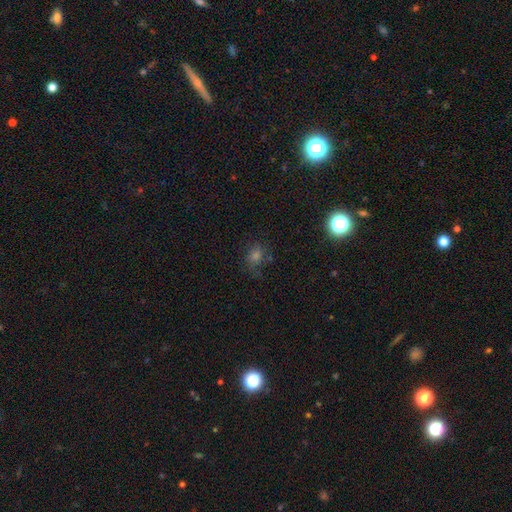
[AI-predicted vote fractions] A smooth galaxy with no disk features (52%) that is round (65%).

Vote fractions:
- Smooth or featured? smooth: 52% / star or artifact: 34% / featured or disk: 14%
- How rounded? round: 65% / in between: 33% / cigar-shaped: 1%
- Merging? none: 68% / minor disturbance: 19% / major disturbance: 10% / merger: 3%